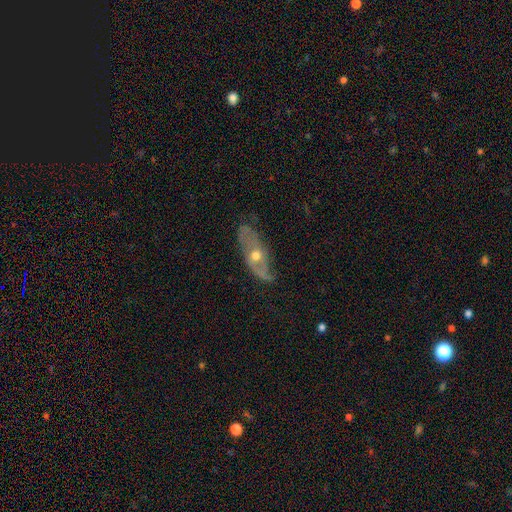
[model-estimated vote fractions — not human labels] Q: Smooth or featured?
A: featured or disk (72%); runner-up: smooth (20%)
Q: Edge-on disk?
A: no (75%); runner-up: yes (25%)
Q: Bar?
A: no (78%); runner-up: weak (17%)
Q: Spiral arms?
A: yes (71%); runner-up: no (29%)
Q: Bulge size?
A: moderate (70%); runner-up: small (24%)
Q: Merging?
A: none (74%); runner-up: minor disturbance (19%)